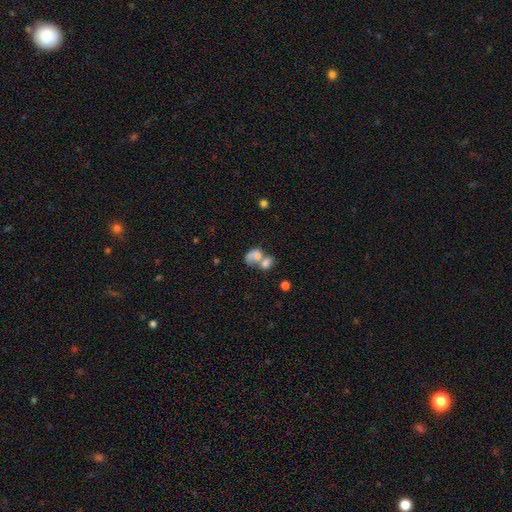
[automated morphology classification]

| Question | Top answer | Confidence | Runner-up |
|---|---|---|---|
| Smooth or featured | smooth | 66% | featured or disk (24%) |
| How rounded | in between | 71% | round (27%) |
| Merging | merger | 71% | none (14%) |